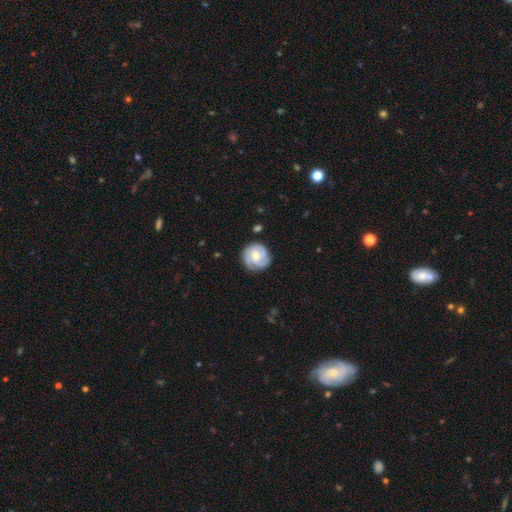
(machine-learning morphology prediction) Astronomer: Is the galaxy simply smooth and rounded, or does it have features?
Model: featured or disk — 64%.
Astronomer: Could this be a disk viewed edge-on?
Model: no — 98%.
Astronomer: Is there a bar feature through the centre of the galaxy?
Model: no — 72%.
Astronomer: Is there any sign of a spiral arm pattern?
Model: yes — 89%.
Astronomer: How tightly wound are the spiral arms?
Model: tight — 59%.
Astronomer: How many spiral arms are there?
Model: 3 — 45% (runner-up: can't tell, 22%).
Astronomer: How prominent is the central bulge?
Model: moderate — 67%.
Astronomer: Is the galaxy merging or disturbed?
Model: none — 77%.